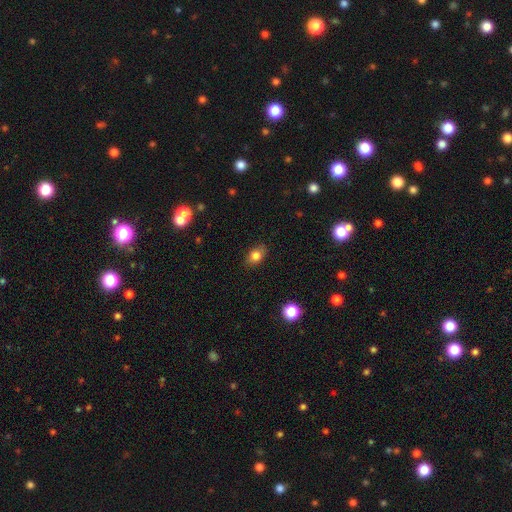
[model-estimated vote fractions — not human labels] Overall: smooth (82%). How rounded: in between (75%). Merging: none (84%).